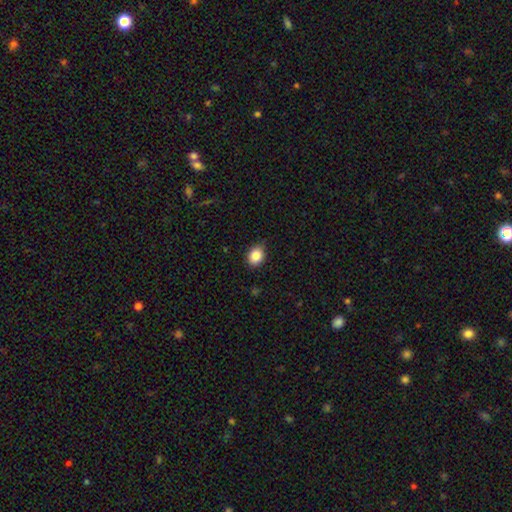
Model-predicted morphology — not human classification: smooth-or-featured: smooth: 86% | star or artifact: 9% | featured or disk: 5%
  how-rounded: in between: 52% | round: 47% | cigar-shaped: 1%
  merging: none: 78% | minor disturbance: 18% | major disturbance: 3% | merger: 1%